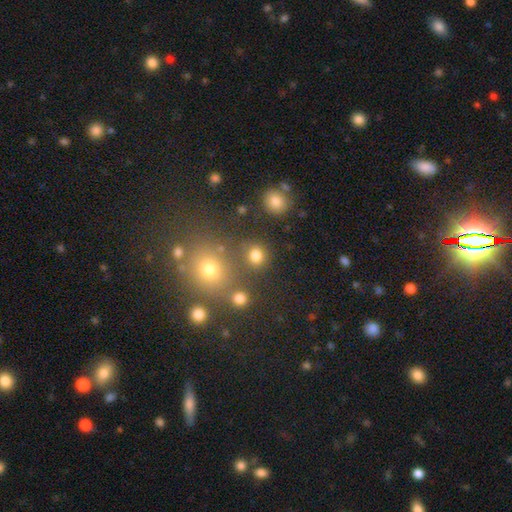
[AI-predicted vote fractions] smooth_or_featured: smooth (p=0.80) [alt: star or artifact p=0.15]
how_rounded: round (p=0.85) [alt: in between p=0.14]
merging: none (p=0.78) [alt: merger p=0.10]